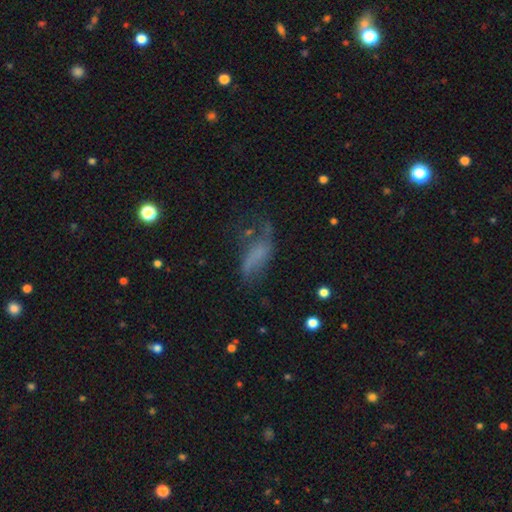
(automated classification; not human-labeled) smooth-or-featured: smooth: 45% | featured or disk: 39% | star or artifact: 15%
  merging: none: 36% | major disturbance: 34% | minor disturbance: 25% | merger: 5%